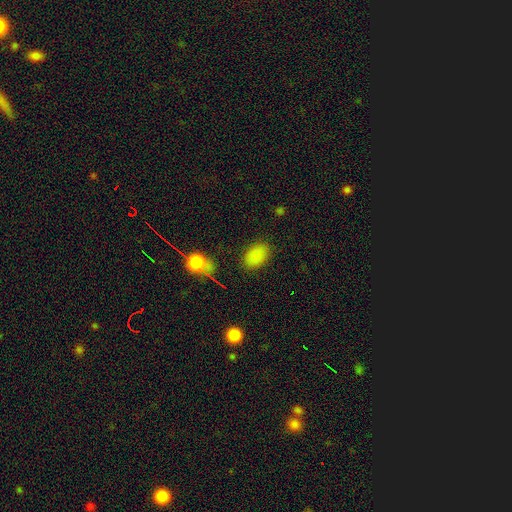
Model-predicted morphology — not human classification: Smooth or featured: smooth — 85% (star or artifact — 11%)
How rounded: in between — 87% (round — 11%)
Merging: none — 84% (minor disturbance — 10%)